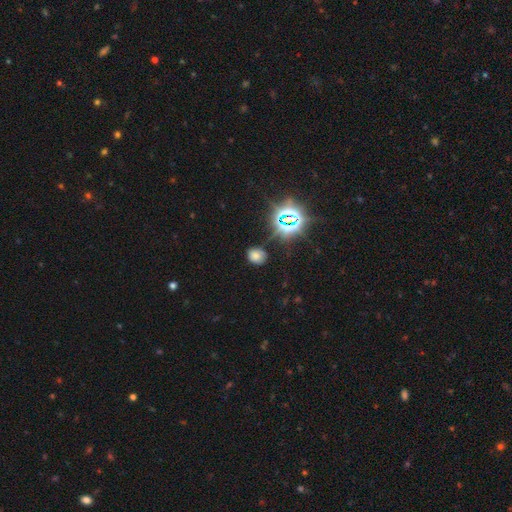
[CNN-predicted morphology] This is likely a smooth galaxy (60%). How rounded: likely round (62%). Merging: likely none (72%).